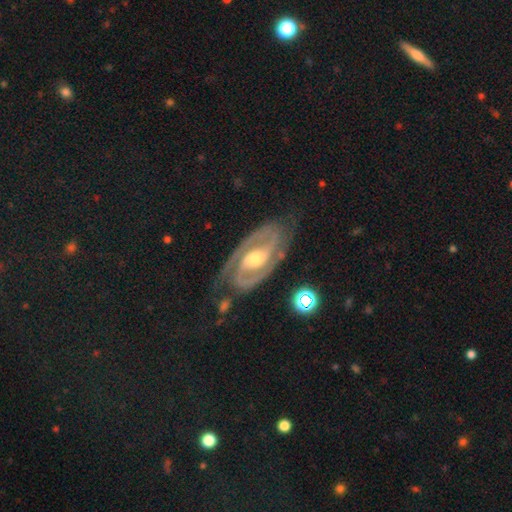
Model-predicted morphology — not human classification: A featured or disk galaxy (62%) with no bar (55%), spiral arms (70%) and a moderate central bulge (72%). Merging: none (76%).